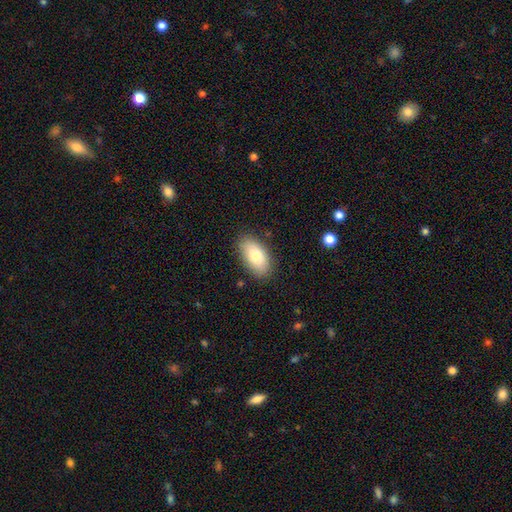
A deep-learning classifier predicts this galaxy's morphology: Overall: smooth (81%). How rounded: in between (94%). Merging: none (83%).